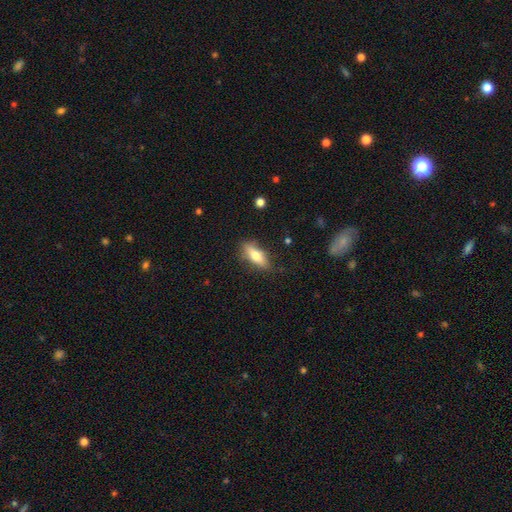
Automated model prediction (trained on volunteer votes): Q: Smooth or featured?
A: smooth (64%); runner-up: featured or disk (29%)
Q: How rounded?
A: in between (57%); runner-up: cigar-shaped (40%)
Q: Merging?
A: none (80%); runner-up: minor disturbance (15%)